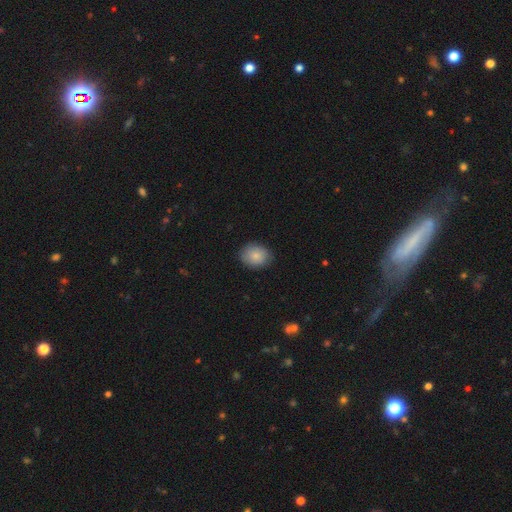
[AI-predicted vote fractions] This is clearly a smooth galaxy (84%). How rounded: possibly round (50%). Merging: clearly none (86%).